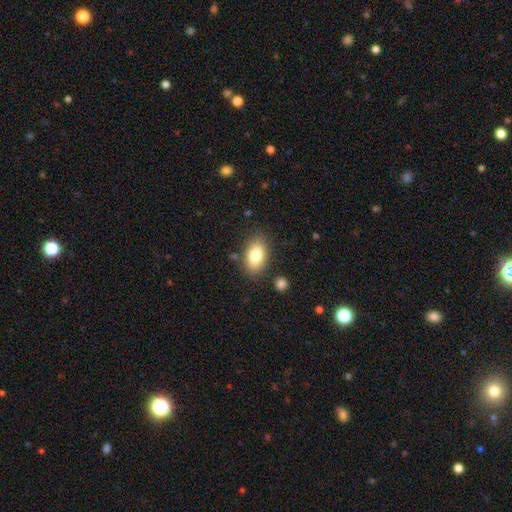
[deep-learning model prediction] This appears to be a smooth galaxy with no disk features (81%) that is in between round and cigar-shaped (91%). Merging: none (82%).